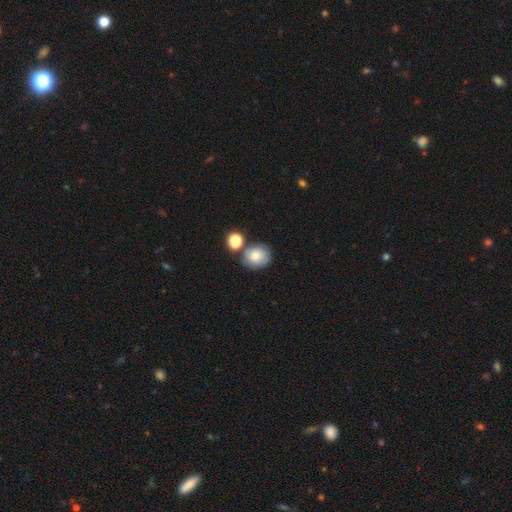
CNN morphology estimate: type=smooth (75%); roundness=round (69%); merging=none (59%).